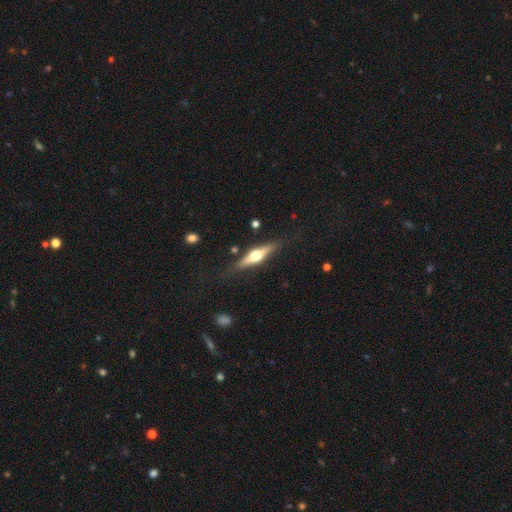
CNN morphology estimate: featured or disk 68%, smooth 26%, star or artifact 6%. Down the decision tree: edge-on disk — yes (96%); edge-on bulge — rounded (94%); merging — none (81%).